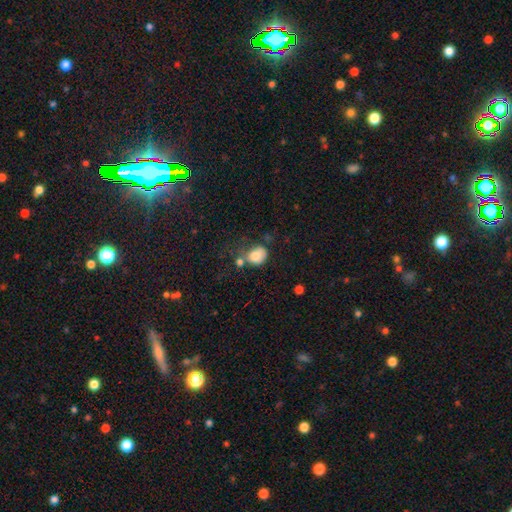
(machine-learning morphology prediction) A smooth galaxy with no disk features (79%) that is round (50%).

Vote fractions:
- Smooth or featured? smooth: 79% / featured or disk: 12% / star or artifact: 9%
- How rounded? round: 50% / in between: 49% / cigar-shaped: 1%
- Merging? none: 36% / minor disturbance: 25% / merger: 21% / major disturbance: 18%